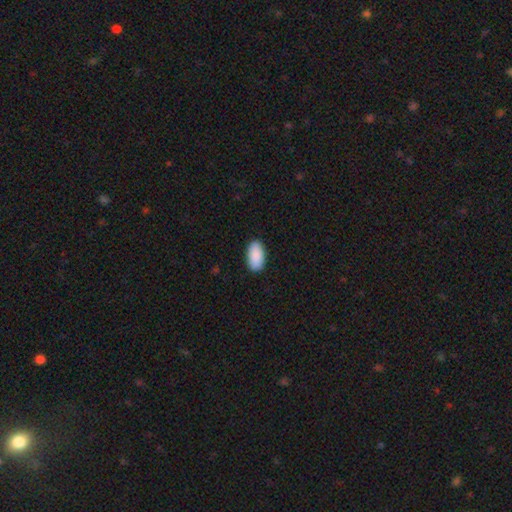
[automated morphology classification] Q: Smooth or featured?
A: smooth (91%); runner-up: star or artifact (6%)
Q: How rounded?
A: in between (95%); runner-up: cigar-shaped (2%)
Q: Merging?
A: none (89%); runner-up: minor disturbance (8%)